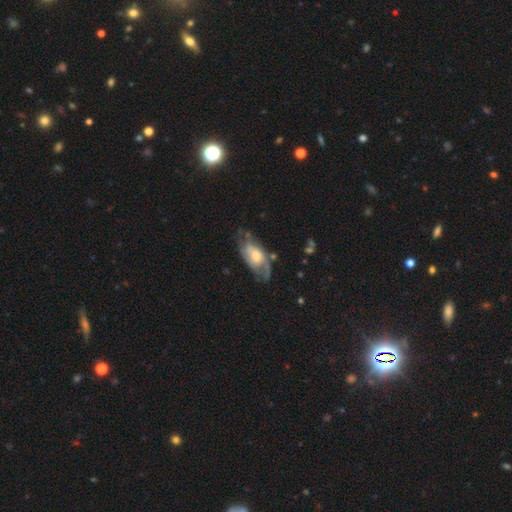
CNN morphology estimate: This appears to be a featured or disk galaxy (57%) with no bar (65%), spiral arms (69%) and a moderate central bulge (50%). Merging: none (45%).